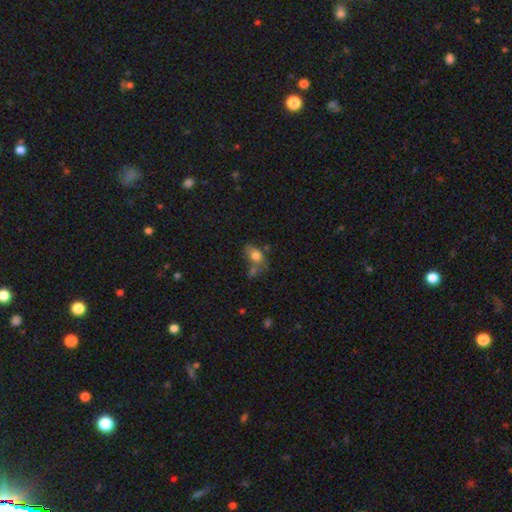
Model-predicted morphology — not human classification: type=smooth (75%); roundness=in between (75%); merging=none (38%).